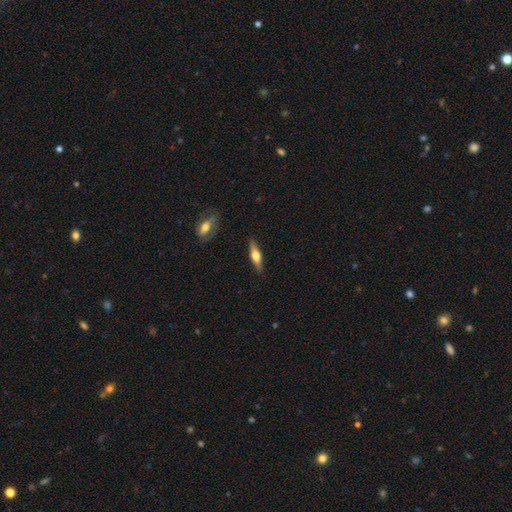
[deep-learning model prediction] The model was most divided on "smooth or featured": featured or disk: 57%, smooth: 37%, star or artifact: 6%. More confident: edge-on disk — yes (94%); edge-on bulge — rounded (93%); merging — none (88%).